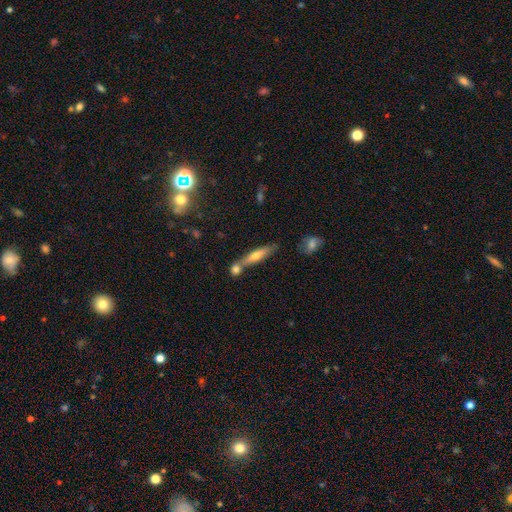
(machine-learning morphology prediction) smooth 50%, featured or disk 43%, star or artifact 7%. Down the decision tree: how rounded — cigar-shaped (82%); merging — none (59%).